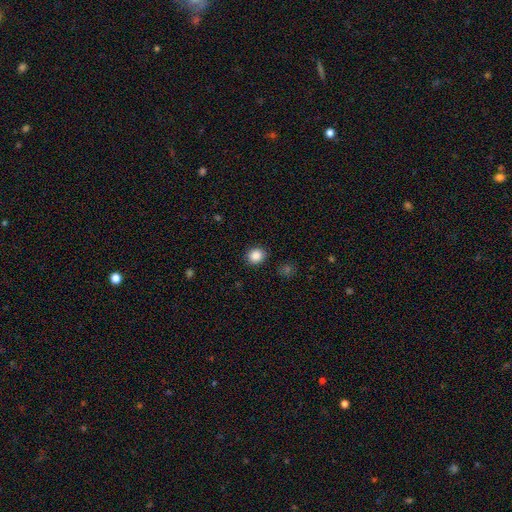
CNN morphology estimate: Smooth or featured?
  - smooth: 87% *
  - star or artifact: 10%
  - featured or disk: 3%
How rounded?
  - round: 77% *
  - in between: 22%
  - cigar-shaped: 1%
Merging?
  - none: 88% *
  - minor disturbance: 8%
  - major disturbance: 2%
  - merger: 2%